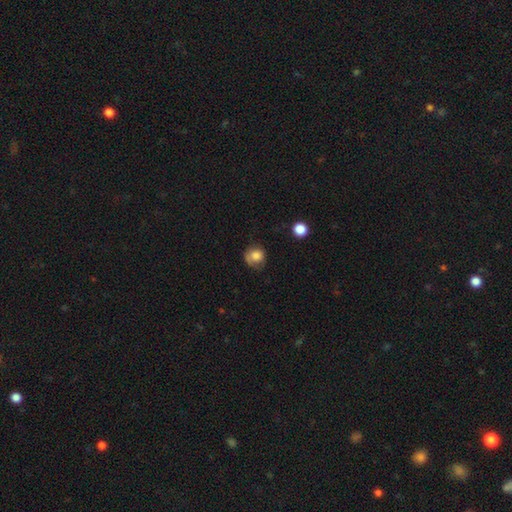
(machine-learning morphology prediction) Smooth or featured?
  - smooth: 77% *
  - featured or disk: 14%
  - star or artifact: 9%
How rounded?
  - round: 81% *
  - in between: 18%
  - cigar-shaped: 1%
Merging?
  - none: 55% *
  - minor disturbance: 29%
  - major disturbance: 14%
  - merger: 2%